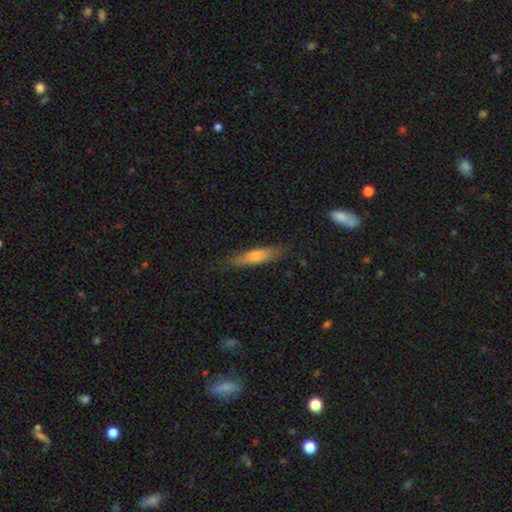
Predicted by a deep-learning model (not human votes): This is likely a smooth galaxy (62%). How rounded: likely cigar-shaped (79%). Merging: likely none (79%).